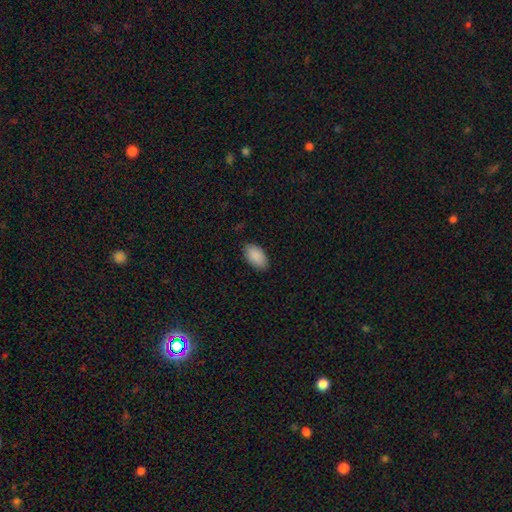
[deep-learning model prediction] smooth 90%, star or artifact 6%, featured or disk 4%. Down the decision tree: how rounded — in between (95%); merging — none (84%).